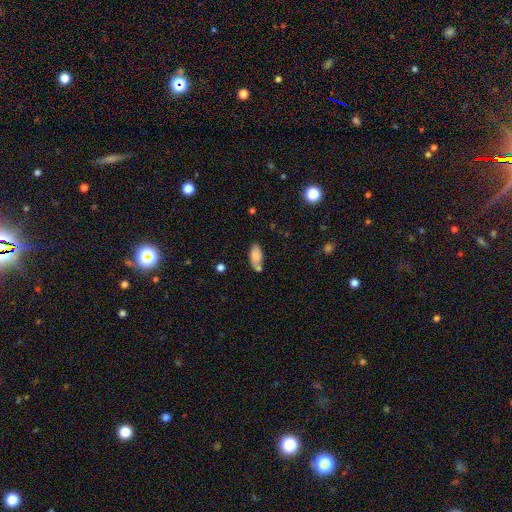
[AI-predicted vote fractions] This is likely a smooth galaxy (80%). How rounded: clearly in between (88%). Merging: possibly none (55%).